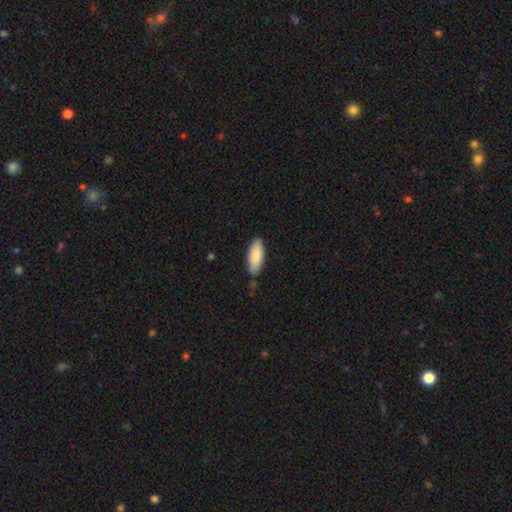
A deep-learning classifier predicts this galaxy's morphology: This appears to be a smooth galaxy with no disk features (87%) that is in between round and cigar-shaped (76%). Merging: none (83%).